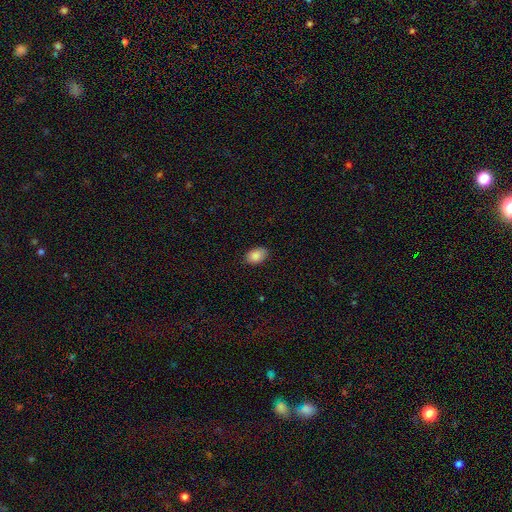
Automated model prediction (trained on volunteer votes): smooth_or_featured: smooth (p=0.87) [alt: star or artifact p=0.07]
how_rounded: in between (p=0.88) [alt: round p=0.11]
merging: none (p=0.85) [alt: minor disturbance p=0.12]